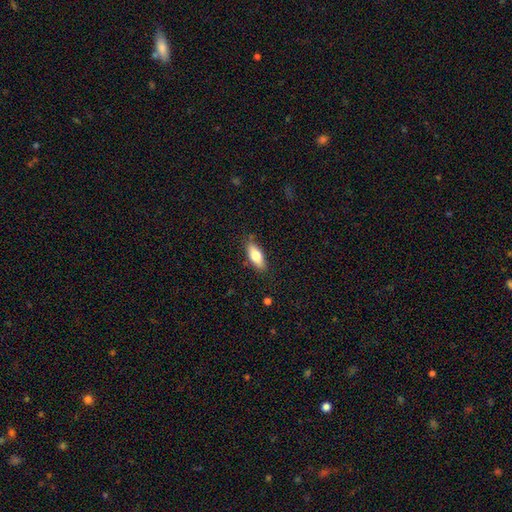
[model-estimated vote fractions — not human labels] Morphology: type=smooth (74%); roundness=in between (74%); merging=none (83%).